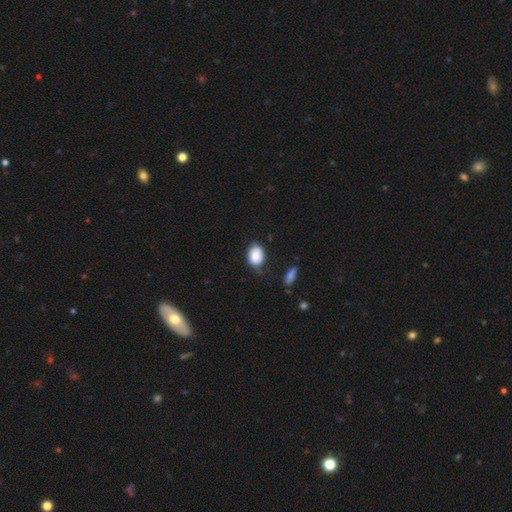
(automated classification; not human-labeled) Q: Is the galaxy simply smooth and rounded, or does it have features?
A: smooth — 84%.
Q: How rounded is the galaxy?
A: in between — 72%.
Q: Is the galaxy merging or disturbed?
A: none — 60%.